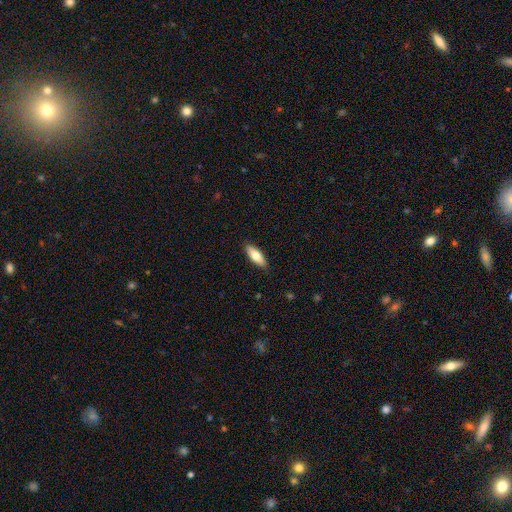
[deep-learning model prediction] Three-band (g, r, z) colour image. It shows a smooth galaxy with no disk features (73%) that is in between round and cigar-shaped (66%). Merging: none (87%).